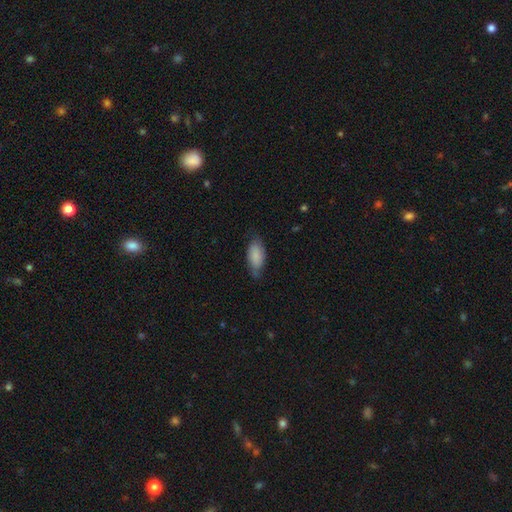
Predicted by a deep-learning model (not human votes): Smooth or featured?
  - smooth: 82% *
  - featured or disk: 12%
  - star or artifact: 6%
How rounded?
  - in between: 90% *
  - cigar-shaped: 7%
  - round: 2%
Merging?
  - none: 63% *
  - minor disturbance: 29%
  - major disturbance: 7%
  - merger: 1%